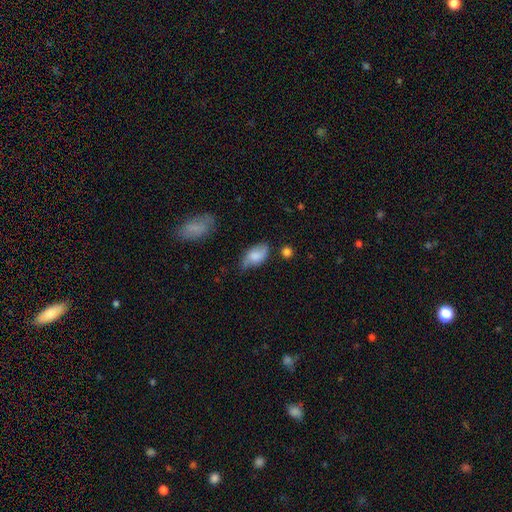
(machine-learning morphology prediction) Smooth or featured? smooth (70%)
How rounded? in between (91%)
Merging? none (56%)